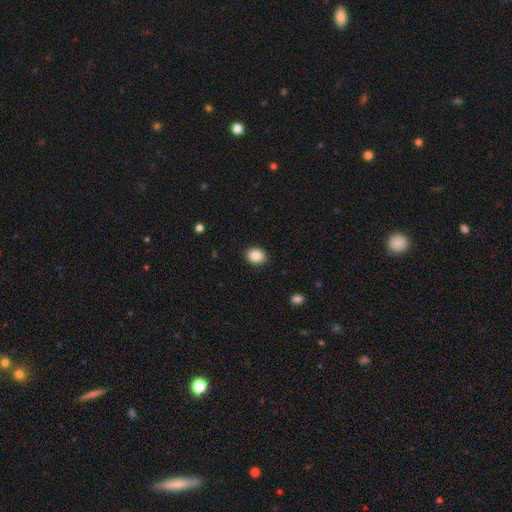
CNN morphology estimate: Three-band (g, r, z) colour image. It shows a smooth galaxy with no disk features (87%) that is round (54%). Merging: none (90%).